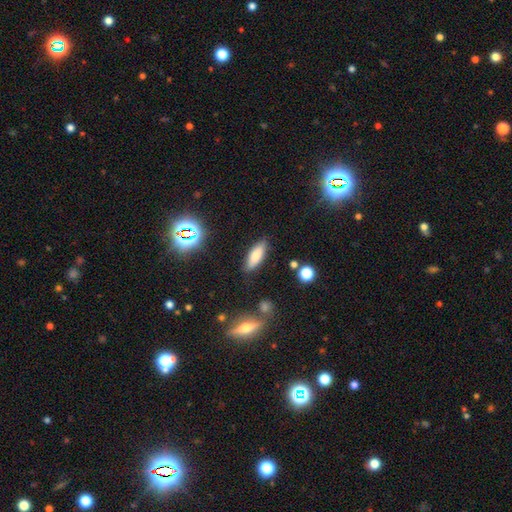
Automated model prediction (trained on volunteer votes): The model was most divided on "how rounded": in between: 64%, cigar-shaped: 34%, round: 2%. More confident: merging — none (83%); smooth or featured — smooth (77%).